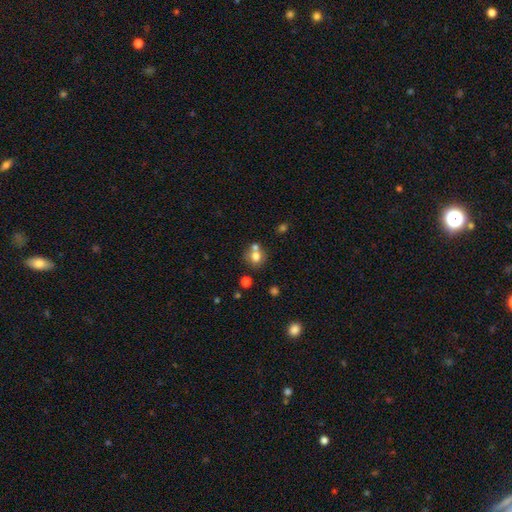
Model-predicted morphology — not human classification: smooth_or_featured: smooth (p=0.74) [alt: star or artifact p=0.13]
how_rounded: round (p=0.82) [alt: in between p=0.17]
merging: none (p=0.52) [alt: merger p=0.36]